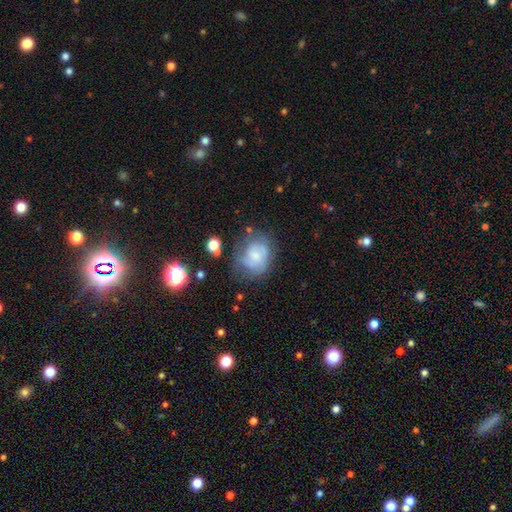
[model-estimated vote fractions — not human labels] A smooth galaxy with no disk features (56%) that is round (57%). Merging: none (46%).